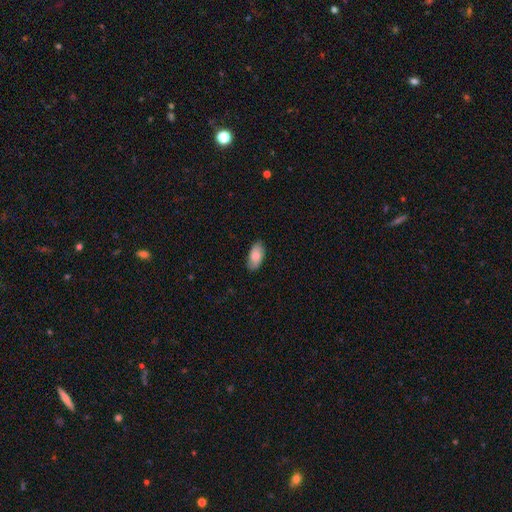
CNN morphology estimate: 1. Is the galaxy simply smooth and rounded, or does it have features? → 66% smooth, 27% featured or disk, 7% star or artifact.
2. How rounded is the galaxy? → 93% in between, 4% cigar-shaped, 3% round.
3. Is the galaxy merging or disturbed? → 83% none, 13% minor disturbance, 3% major disturbance, 1% merger.